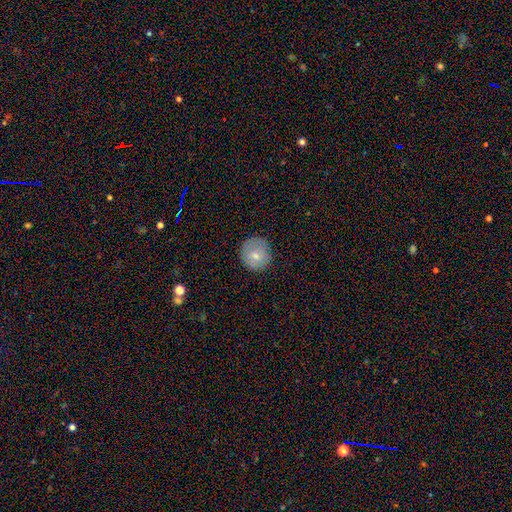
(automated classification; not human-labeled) Smooth or featured: smooth — 71% (featured or disk — 21%)
How rounded: round — 91% (in between — 8%)
Merging: none — 84% (minor disturbance — 12%)